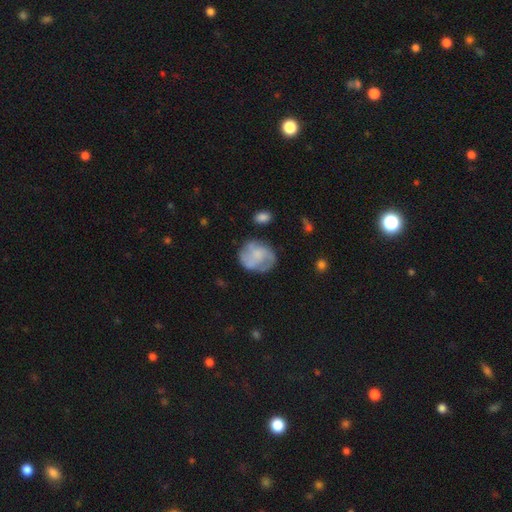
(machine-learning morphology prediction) Smooth or featured? Predicted: featured or disk (p=0.56). Edge-on disk? Predicted: no (p=0.98). Bar? Predicted: no (p=0.71). Spiral arms? Predicted: yes (p=0.76). Bulge size? Predicted: none (p=0.33). Merging? Predicted: none (p=0.63).